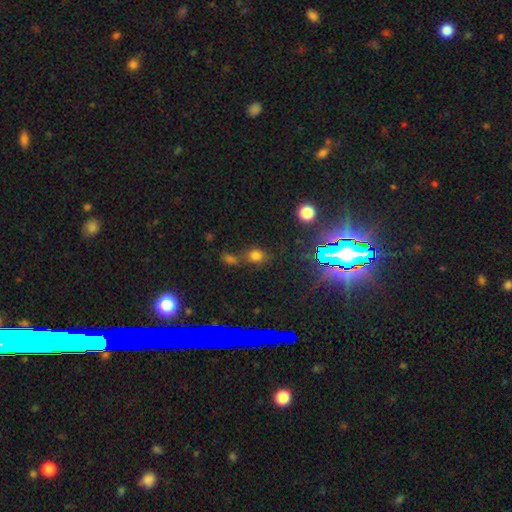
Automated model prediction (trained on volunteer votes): The model was most divided on "merging": none: 57%, merger: 25%, minor disturbance: 11%, major disturbance: 6%. More confident: how rounded — round (67%); smooth or featured — smooth (64%).